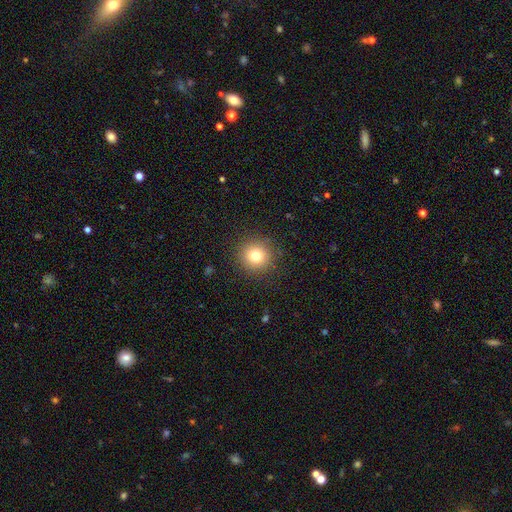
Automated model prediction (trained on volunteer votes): This is likely a smooth galaxy (78%). How rounded: clearly round (94%). Merging: clearly none (90%).